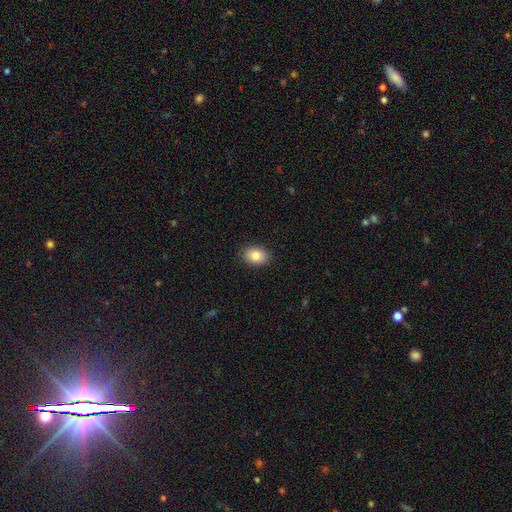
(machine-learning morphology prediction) A smooth galaxy with no disk features (84%) that is in between round and cigar-shaped (79%).

Vote fractions:
- Smooth or featured? smooth: 84% / featured or disk: 8% / star or artifact: 8%
- How rounded? in between: 79% / round: 20% / cigar-shaped: 1%
- Merging? none: 89% / minor disturbance: 8% / major disturbance: 2% / merger: 1%